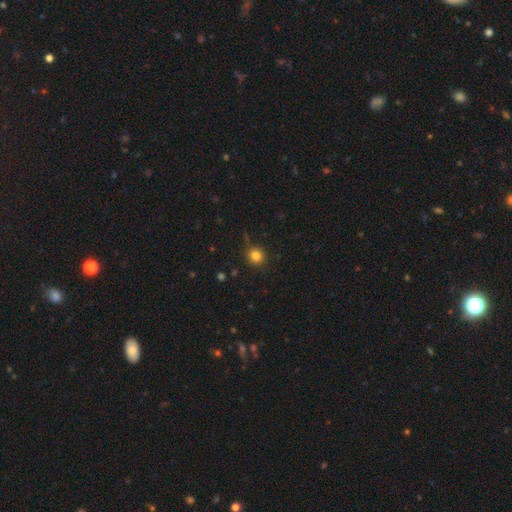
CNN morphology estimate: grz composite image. It shows a smooth galaxy with no disk features (82%) that is round (92%). Merging: none (85%).